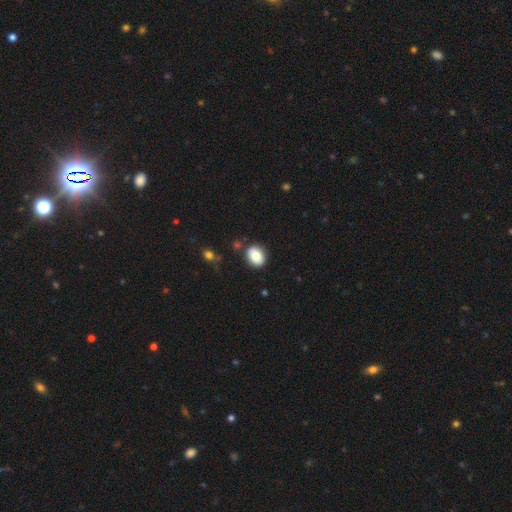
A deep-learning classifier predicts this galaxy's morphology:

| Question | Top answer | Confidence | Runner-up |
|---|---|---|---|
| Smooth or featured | smooth | 78% | featured or disk (13%) |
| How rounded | in between | 52% | round (47%) |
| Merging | none | 83% | minor disturbance (10%) |